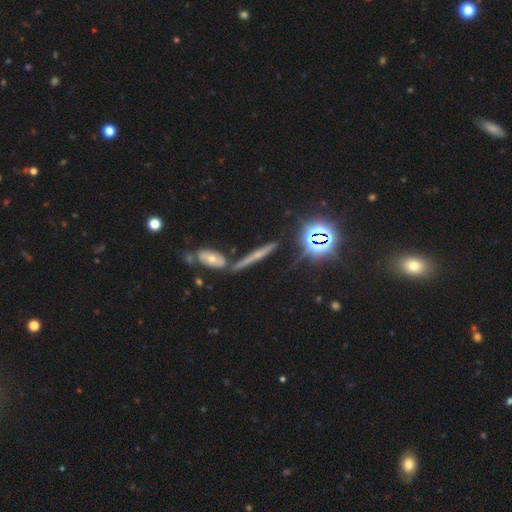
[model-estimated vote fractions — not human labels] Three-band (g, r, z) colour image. It shows a featured or disk galaxy (44%). Merging: none (69%).